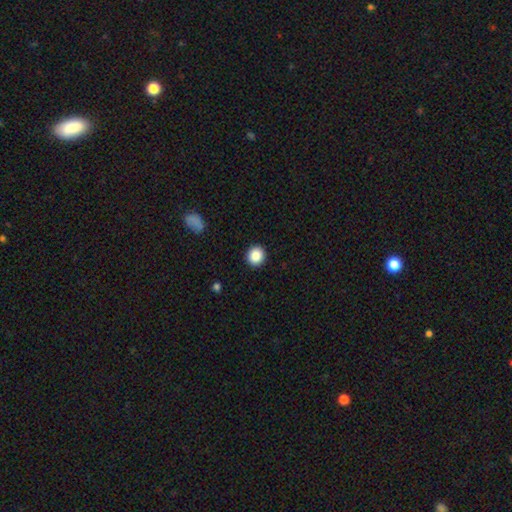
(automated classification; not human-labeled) Morphology: type=smooth (87%); roundness=round (86%); merging=none (92%).